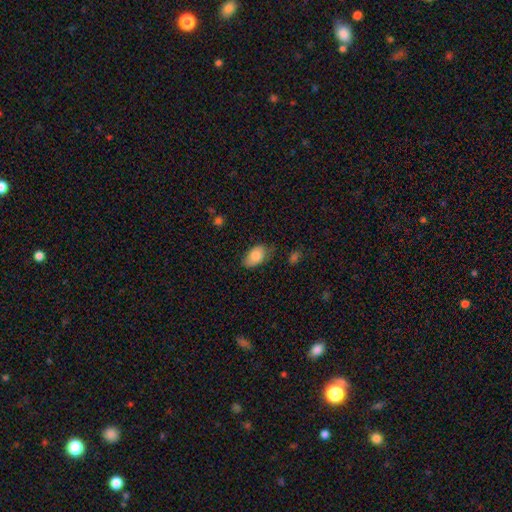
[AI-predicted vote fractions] Overall: smooth (85%). How rounded: in between (92%). Merging: none (60%; minor disturbance 30%).